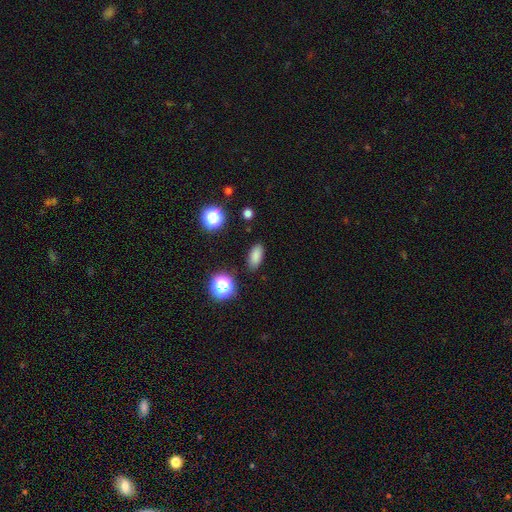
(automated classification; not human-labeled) This appears to be a smooth galaxy with no disk features (82%) that is in between round and cigar-shaped (85%). Merging: none (87%).